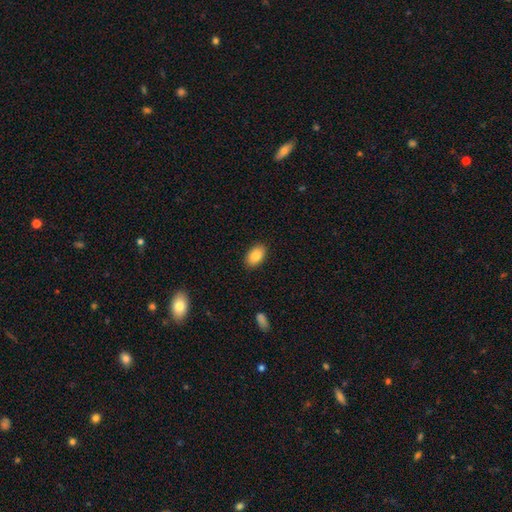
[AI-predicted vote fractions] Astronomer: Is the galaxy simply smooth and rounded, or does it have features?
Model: smooth — 85%.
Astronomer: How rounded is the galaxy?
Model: in between — 91%.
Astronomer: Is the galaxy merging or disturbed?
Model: none — 88%.